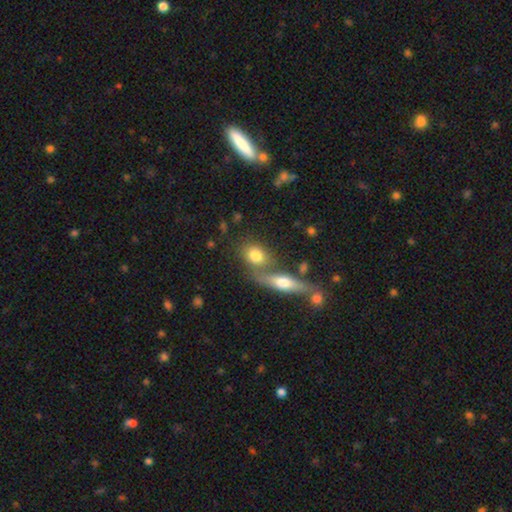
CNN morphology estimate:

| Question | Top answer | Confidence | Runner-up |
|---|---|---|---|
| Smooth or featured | smooth | 76% | featured or disk (15%) |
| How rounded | in between | 54% | round (40%) |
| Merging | none | 48% | merger (37%) |